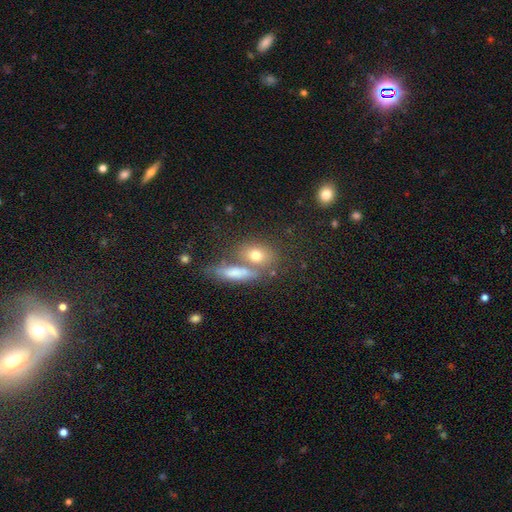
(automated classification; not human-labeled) smooth_or_featured: smooth (p=0.71) [alt: featured or disk p=0.18]
how_rounded: in between (p=0.57) [alt: round p=0.31]
merging: none (p=0.49) [alt: merger p=0.34]